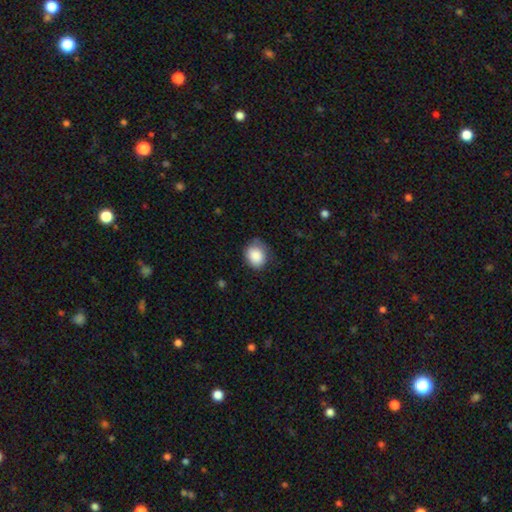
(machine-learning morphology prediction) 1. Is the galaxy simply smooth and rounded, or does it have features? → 87% smooth, 8% star or artifact, 5% featured or disk.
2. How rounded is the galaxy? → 55% round, 44% in between, 1% cigar-shaped.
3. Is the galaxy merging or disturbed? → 67% none, 26% minor disturbance, 6% major disturbance, 1% merger.